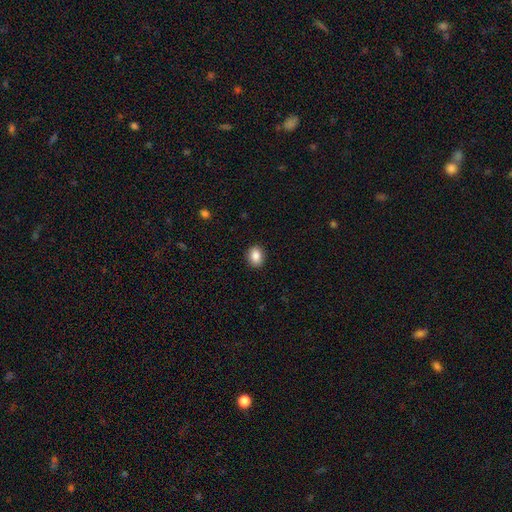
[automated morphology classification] Smooth or featured? smooth (88%)
How rounded? in between (56%)
Merging? none (90%)